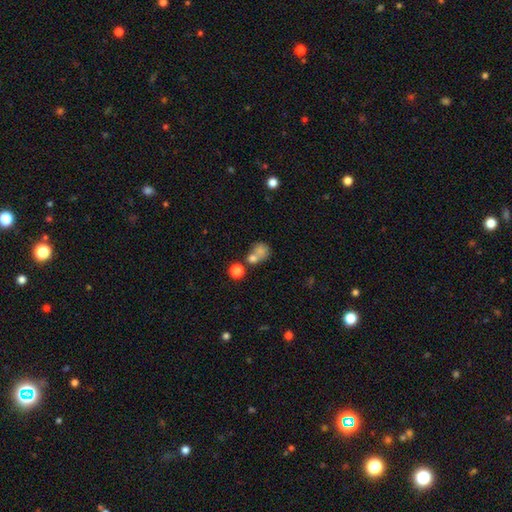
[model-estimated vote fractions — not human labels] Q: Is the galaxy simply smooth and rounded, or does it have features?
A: smooth — 73%.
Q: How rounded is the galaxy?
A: round — 69%.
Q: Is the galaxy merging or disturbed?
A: merger — 48%.